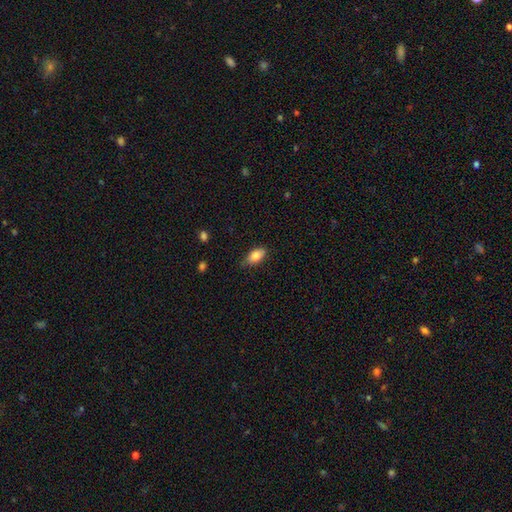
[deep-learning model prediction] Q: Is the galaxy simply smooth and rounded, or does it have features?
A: smooth — 83%.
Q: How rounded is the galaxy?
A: in between — 90%.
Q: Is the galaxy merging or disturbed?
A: none — 76%.